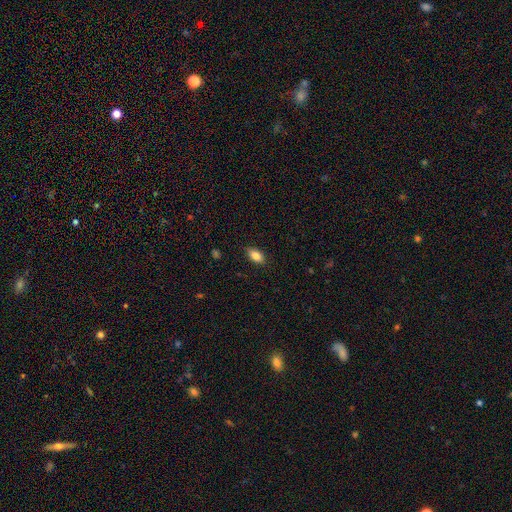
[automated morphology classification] Smooth or featured?
  - smooth: 85% *
  - star or artifact: 8%
  - featured or disk: 7%
How rounded?
  - in between: 90% *
  - round: 5%
  - cigar-shaped: 4%
Merging?
  - none: 87% *
  - minor disturbance: 10%
  - major disturbance: 2%
  - merger: 1%